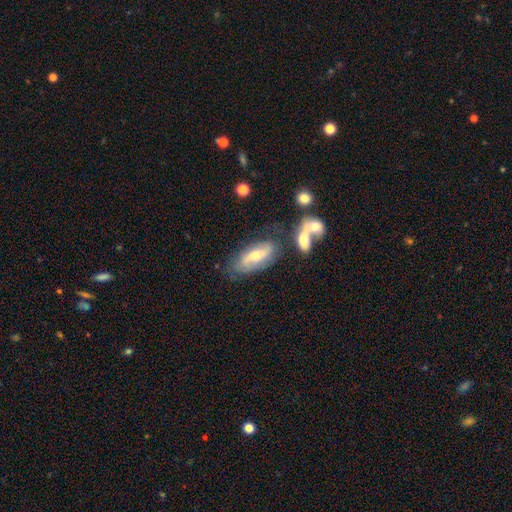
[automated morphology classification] This is possibly a featured or disk galaxy (58%). It is clearly not viewed edge-on (85%). Merging: likely none (64%).